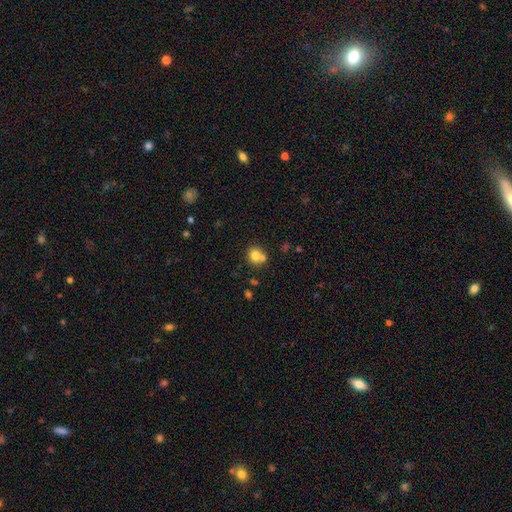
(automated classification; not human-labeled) Smooth or featured? Predicted: smooth (p=0.77). How rounded? Predicted: round (p=0.85). Merging? Predicted: none (p=0.57).